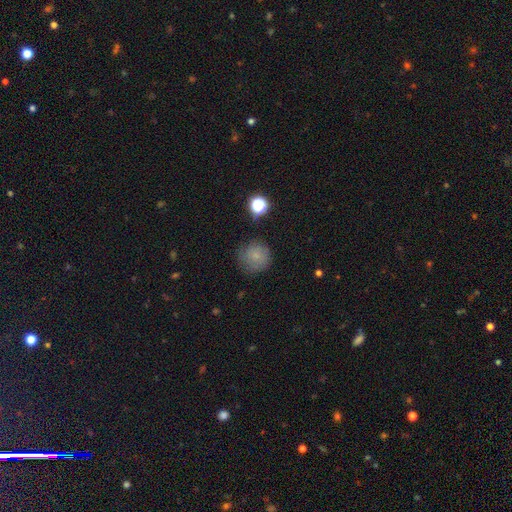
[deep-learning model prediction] Smooth or featured? smooth (74%)
How rounded? round (92%)
Merging? none (71%)